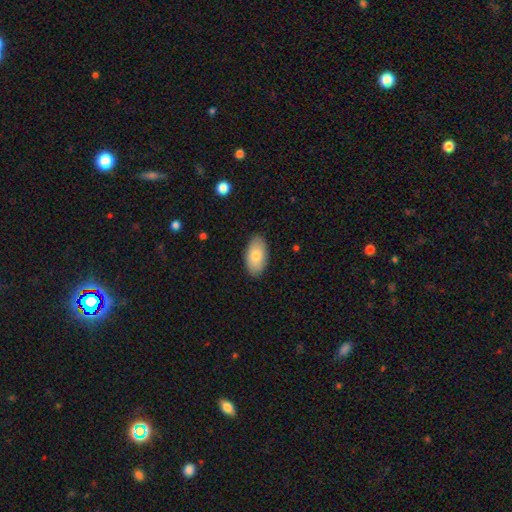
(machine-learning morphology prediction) Q: Smooth or featured?
A: smooth (79%); runner-up: featured or disk (14%)
Q: How rounded?
A: in between (95%); runner-up: round (3%)
Q: Merging?
A: none (88%); runner-up: minor disturbance (9%)